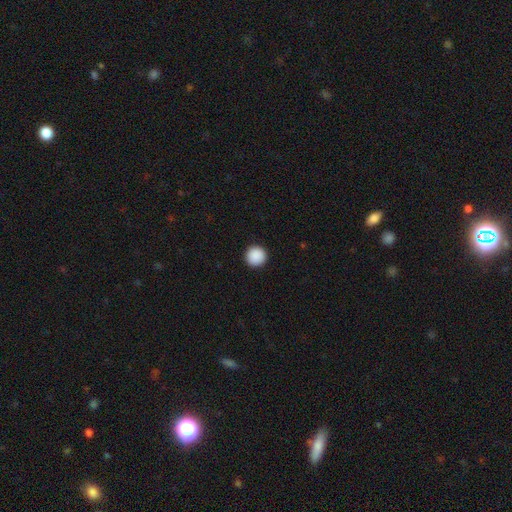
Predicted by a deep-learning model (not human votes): This is clearly a smooth galaxy (90%). How rounded: clearly round (96%). Merging: clearly none (93%).